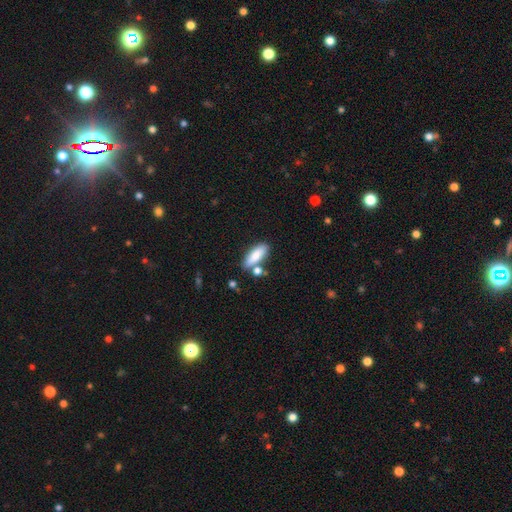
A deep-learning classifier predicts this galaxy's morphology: Smooth or featured: smooth — 79% (featured or disk — 15%)
How rounded: in between — 65% (cigar-shaped — 33%)
Merging: none — 67% (merger — 16%)